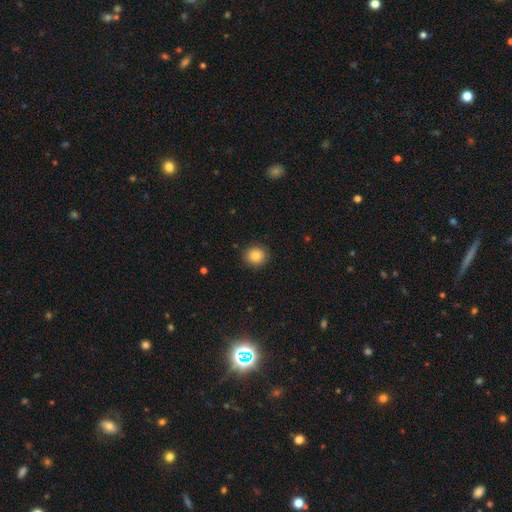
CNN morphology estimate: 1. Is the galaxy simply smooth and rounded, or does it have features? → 84% smooth, 10% star or artifact, 6% featured or disk.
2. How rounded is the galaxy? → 88% round, 11% in between, 1% cigar-shaped.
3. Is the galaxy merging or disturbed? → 89% none, 8% minor disturbance, 2% major disturbance, 1% merger.